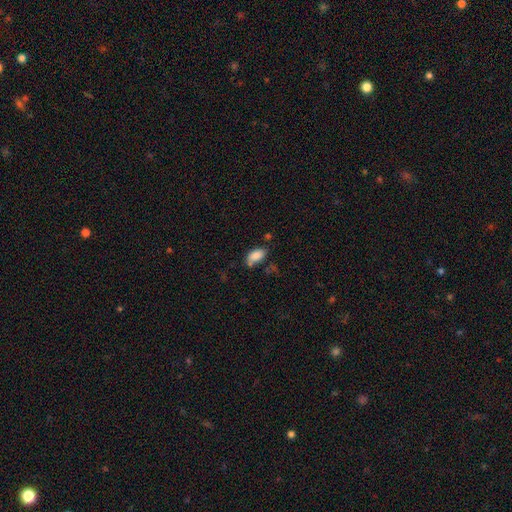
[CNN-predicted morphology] A smooth galaxy with no disk features (84%) that is in between round and cigar-shaped (92%).

Vote fractions:
- Smooth or featured? smooth: 84% / star or artifact: 8% / featured or disk: 7%
- How rounded? in between: 92% / round: 5% / cigar-shaped: 4%
- Merging? none: 60% / minor disturbance: 24% / merger: 9% / major disturbance: 7%